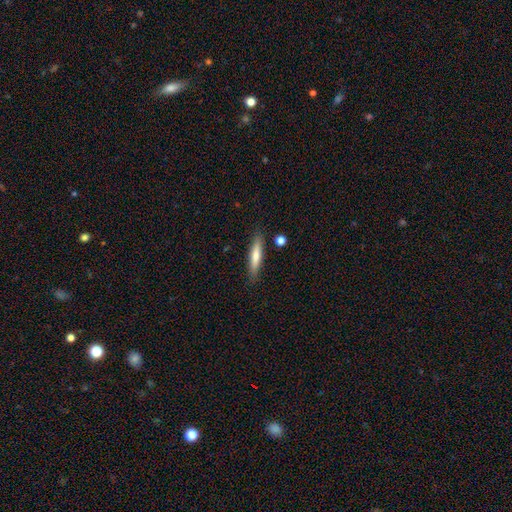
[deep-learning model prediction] Smooth or featured? smooth (65%)
How rounded? cigar-shaped (86%)
Merging? none (86%)